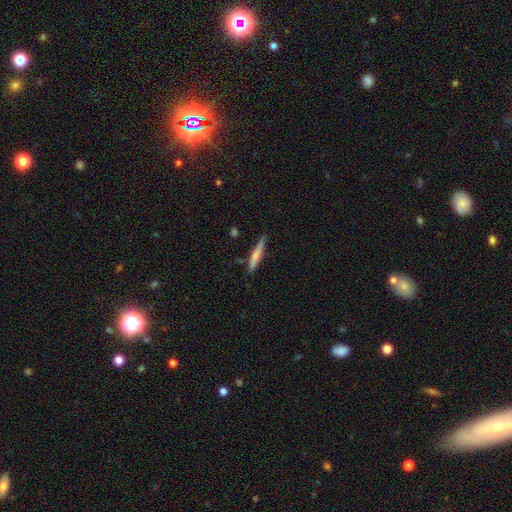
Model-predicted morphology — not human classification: Smooth or featured?
  - smooth: 63% *
  - featured or disk: 31%
  - star or artifact: 6%
How rounded?
  - cigar-shaped: 93% *
  - in between: 6%
  - round: 1%
Merging?
  - none: 80% *
  - minor disturbance: 15%
  - merger: 2%
  - major disturbance: 2%